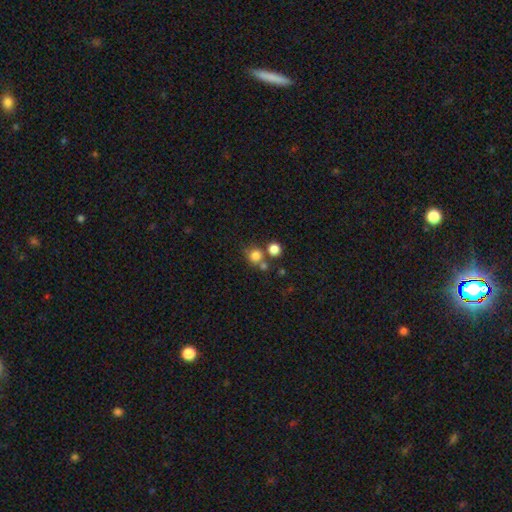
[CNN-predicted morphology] smooth 78%, star or artifact 14%, featured or disk 8%. Down the decision tree: how rounded — round (89%); merging — none (61%).